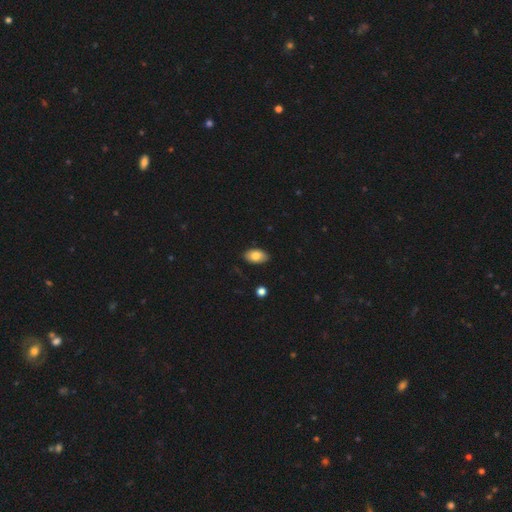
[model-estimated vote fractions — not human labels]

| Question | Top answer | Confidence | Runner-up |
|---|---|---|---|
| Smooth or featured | smooth | 82% | featured or disk (11%) |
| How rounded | in between | 93% | round (5%) |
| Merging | none | 87% | minor disturbance (10%) |